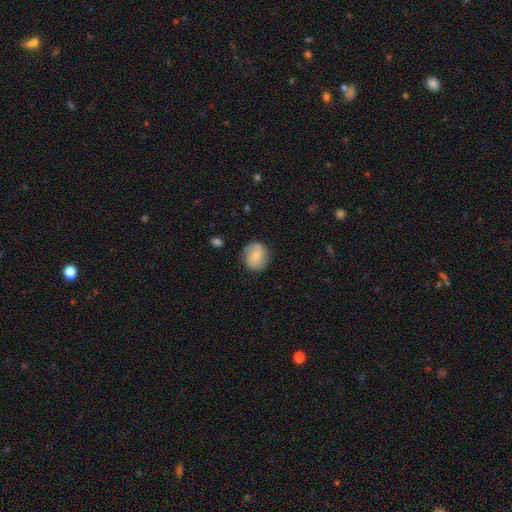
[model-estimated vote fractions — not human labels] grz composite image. It shows a smooth galaxy with no disk features (50%) that is round (79%). Merging: none (77%).